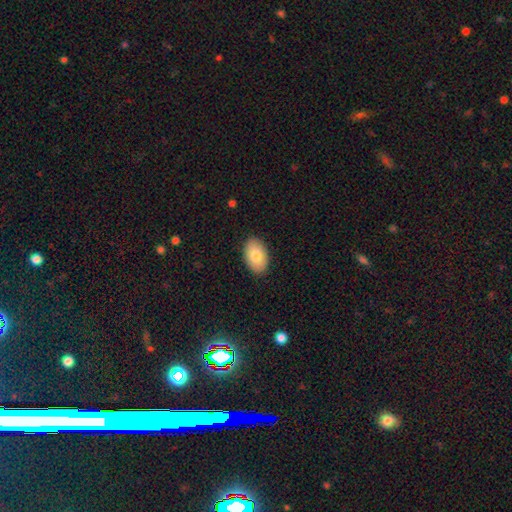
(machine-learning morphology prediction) Smooth or featured? Predicted: smooth (p=0.83). How rounded? Predicted: in between (p=0.93). Merging? Predicted: none (p=0.88).